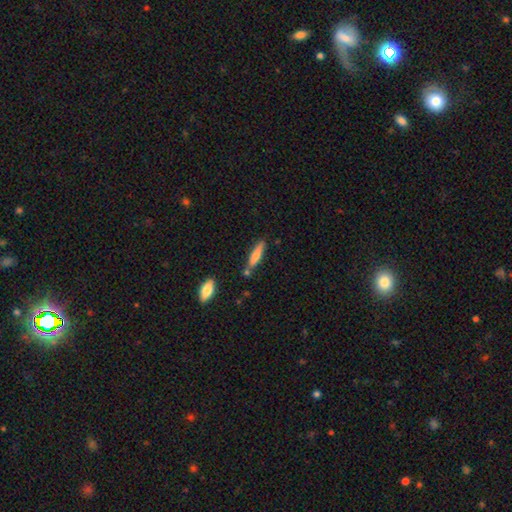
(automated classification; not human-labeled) Overall: smooth (70%). How rounded: cigar-shaped (82%). Merging: none (75%).